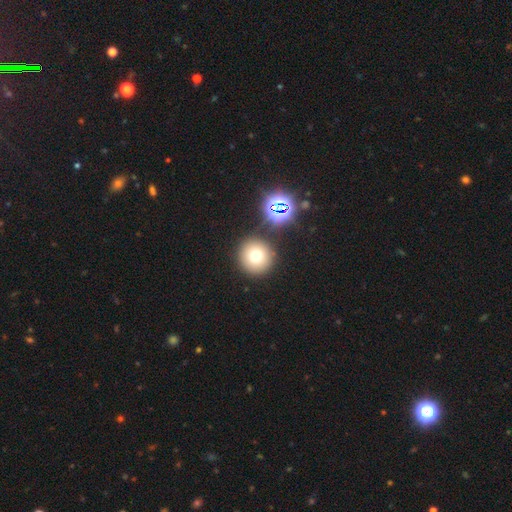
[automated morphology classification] This appears to be a smooth galaxy with no disk features (70%) that is round (95%). Merging: none (86%).